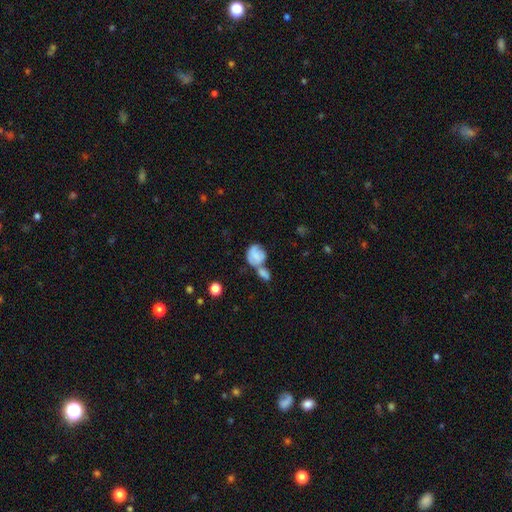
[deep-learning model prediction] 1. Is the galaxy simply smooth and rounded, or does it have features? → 65% smooth, 27% featured or disk, 8% star or artifact.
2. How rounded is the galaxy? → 59% round, 40% in between, 1% cigar-shaped.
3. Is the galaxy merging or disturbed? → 54% merger, 23% none, 13% minor disturbance, 9% major disturbance.